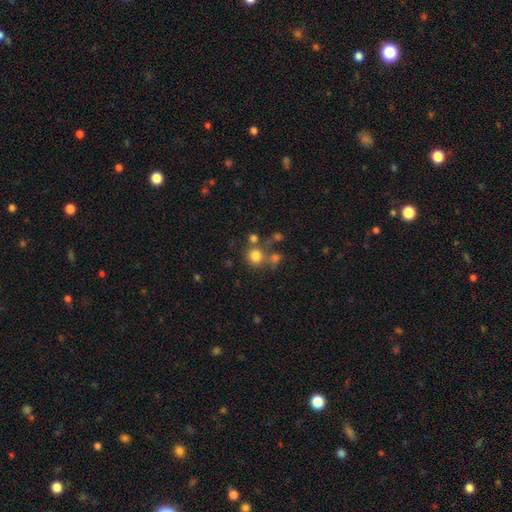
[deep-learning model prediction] smooth_or_featured: smooth (p=0.77) [alt: star or artifact p=0.14]
how_rounded: round (p=0.87) [alt: in between p=0.12]
merging: none (p=0.59) [alt: merger p=0.25]